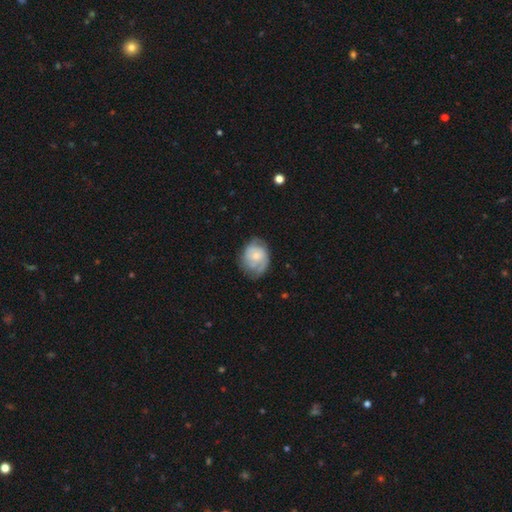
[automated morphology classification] This is possibly a featured or disk galaxy (53%). It is clearly not viewed edge-on (97%). Bar: likely no (66%). Spiral arm pattern: likely yes (79%). Central bulge: possibly small (50%). Merging: possibly none (57%).